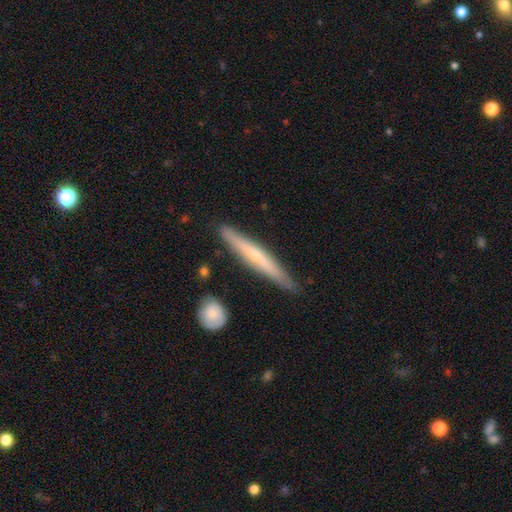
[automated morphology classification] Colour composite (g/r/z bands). It shows a featured or disk galaxy (53%) viewed edge-on (93%). Merging: none (83%).